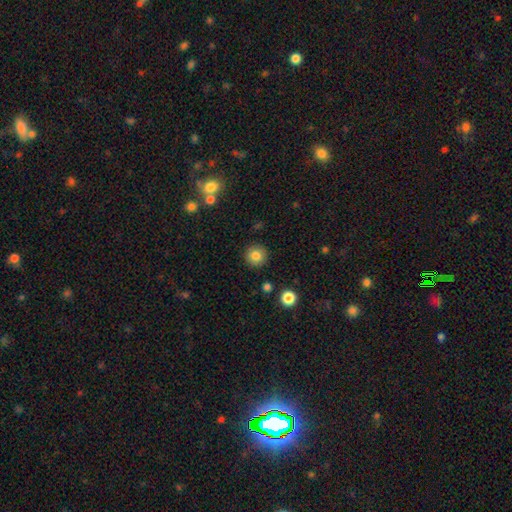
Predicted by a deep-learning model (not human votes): smooth-or-featured: smooth: 82% | star or artifact: 10% | featured or disk: 8%
  how-rounded: round: 95% | in between: 4% | cigar-shaped: 1%
  merging: none: 91% | minor disturbance: 6% | major disturbance: 2% | merger: 2%